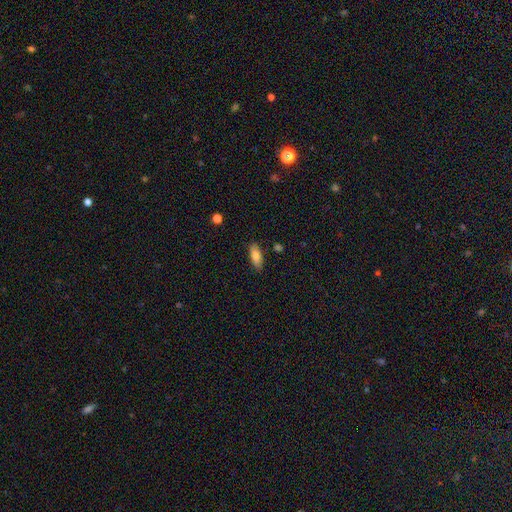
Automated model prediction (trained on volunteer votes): smooth 81%, featured or disk 13%, star or artifact 7%. Down the decision tree: how rounded — in between (80%); merging — none (86%).